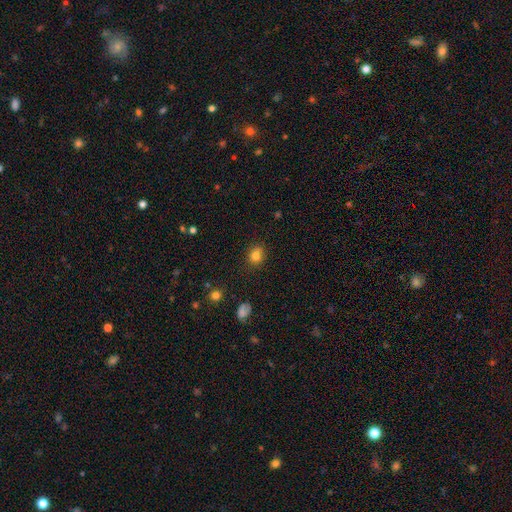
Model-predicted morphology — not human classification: Q: Smooth or featured?
A: smooth (80%); runner-up: star or artifact (12%)
Q: How rounded?
A: round (60%); runner-up: in between (39%)
Q: Merging?
A: none (84%); runner-up: minor disturbance (12%)